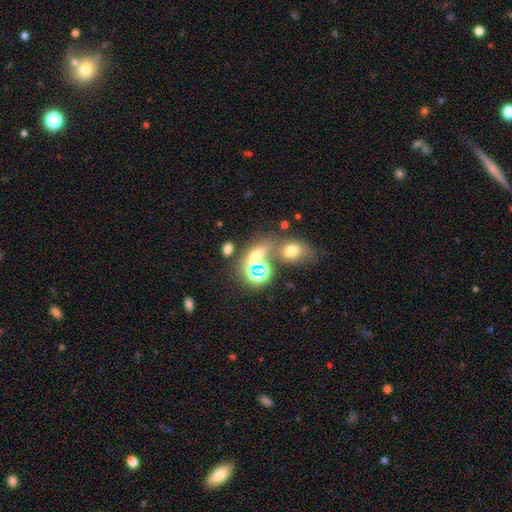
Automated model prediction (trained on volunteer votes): Smooth or featured?
  - smooth: 51% *
  - star or artifact: 34%
  - featured or disk: 15%
How rounded?
  - in between: 61% *
  - round: 34%
  - cigar-shaped: 4%
Merging?
  - none: 48% *
  - merger: 35%
  - minor disturbance: 10%
  - major disturbance: 7%